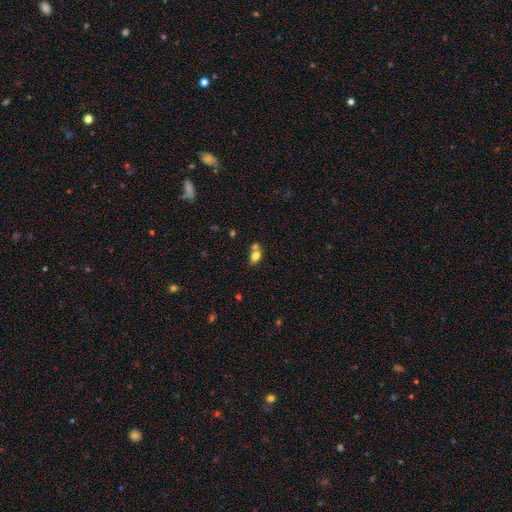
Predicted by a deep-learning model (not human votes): Smooth or featured? smooth (77%)
How rounded? in between (77%)
Merging? none (46%)